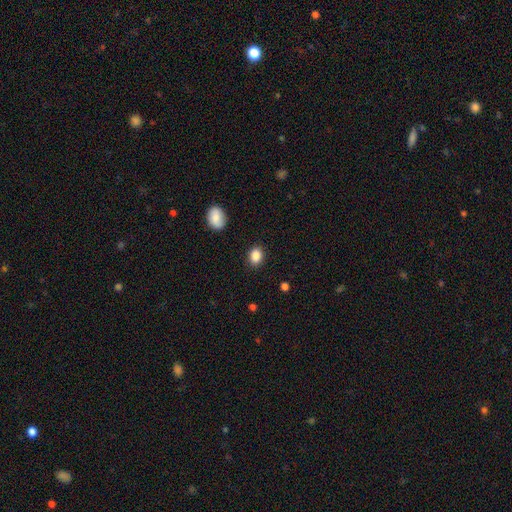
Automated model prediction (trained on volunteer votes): A smooth galaxy with no disk features (87%) that is in between round and cigar-shaped (58%).

Vote fractions:
- Smooth or featured? smooth: 87% / star or artifact: 9% / featured or disk: 4%
- How rounded? in between: 58% / round: 41% / cigar-shaped: 1%
- Merging? none: 88% / minor disturbance: 8% / major disturbance: 2% / merger: 1%